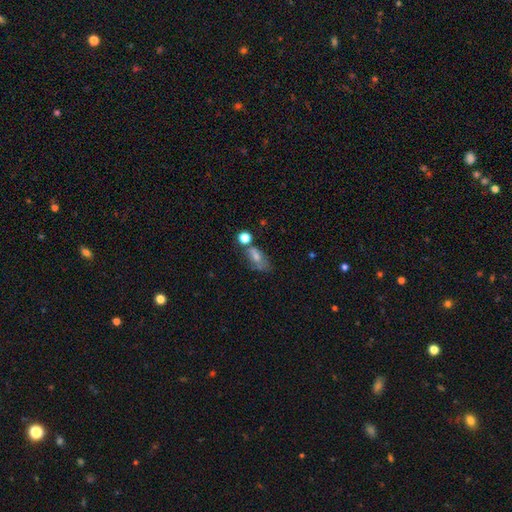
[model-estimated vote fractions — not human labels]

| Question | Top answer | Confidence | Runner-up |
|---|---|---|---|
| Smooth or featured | smooth | 51% | featured or disk (28%) |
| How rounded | in between | 74% | round (17%) |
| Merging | none | 47% | minor disturbance (22%) |